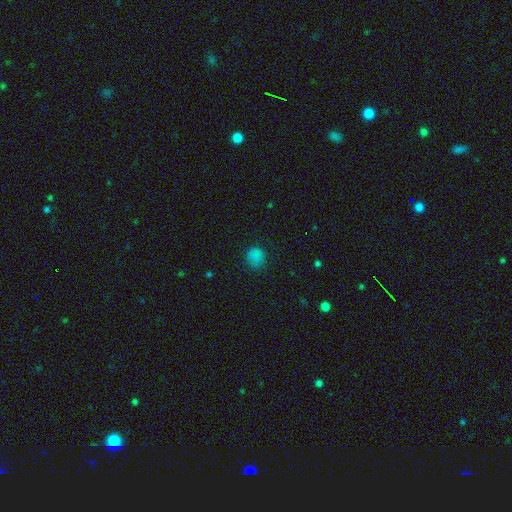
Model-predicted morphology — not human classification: Smooth or featured? Predicted: smooth (p=0.76). How rounded? Predicted: round (p=0.73). Merging? Predicted: none (p=0.69).